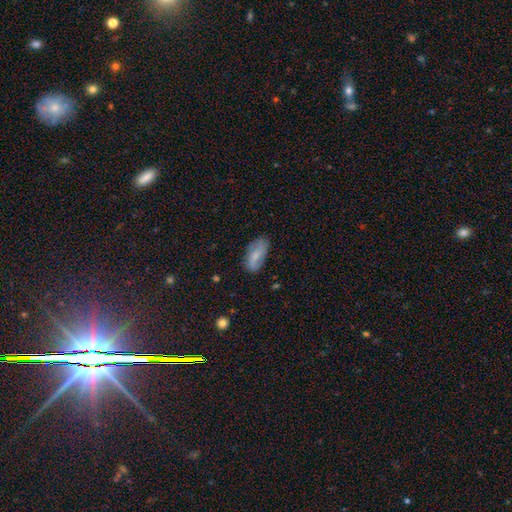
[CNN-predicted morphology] The model was most divided on "smooth or featured": smooth: 64%, featured or disk: 29%, star or artifact: 7%. More confident: how rounded — in between (90%); merging — none (72%).